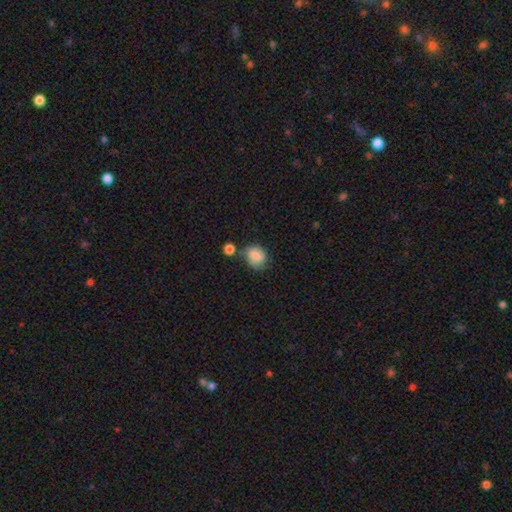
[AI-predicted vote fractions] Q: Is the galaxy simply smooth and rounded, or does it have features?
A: smooth — 74%.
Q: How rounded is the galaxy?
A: in between — 55%.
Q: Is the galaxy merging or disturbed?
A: none — 55%.